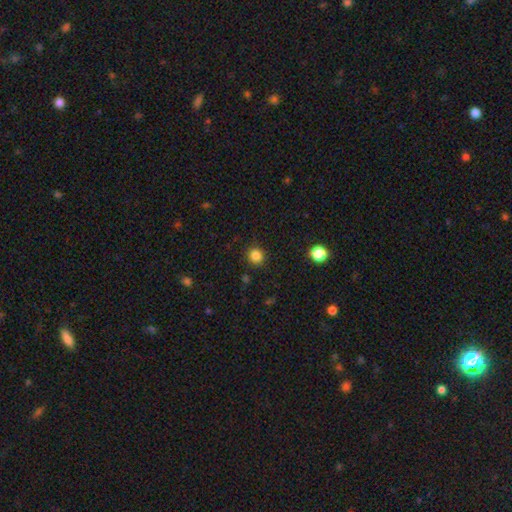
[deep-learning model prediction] Smooth or featured: smooth — 83% (star or artifact — 13%)
How rounded: round — 90% (in between — 9%)
Merging: none — 90% (minor disturbance — 7%)